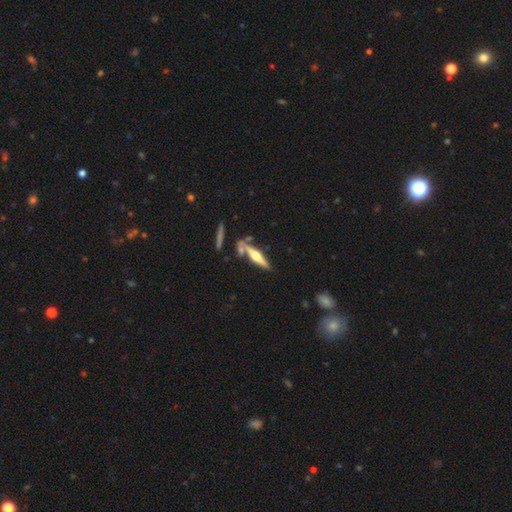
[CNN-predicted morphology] Smooth or featured?
  - featured or disk: 64% *
  - smooth: 30%
  - star or artifact: 6%
Edge-on disk?
  - yes: 95% *
  - no: 5%
Edge-on bulge?
  - rounded: 91% *
  - boxy: 6%
  - none: 4%
Merging?
  - none: 67% *
  - merger: 17%
  - minor disturbance: 12%
  - major disturbance: 4%